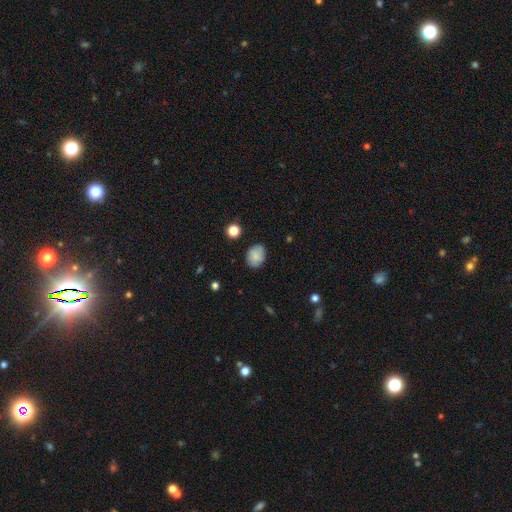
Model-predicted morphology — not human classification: type=smooth (82%); roundness=in between (64%); merging=none (79%).